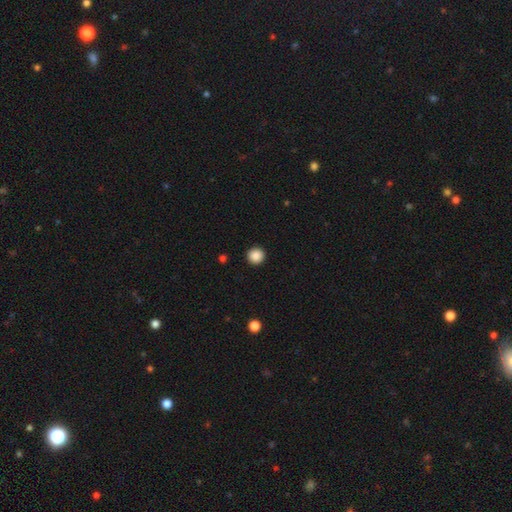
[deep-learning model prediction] This is clearly a smooth galaxy (88%). How rounded: clearly round (95%). Merging: clearly none (93%).